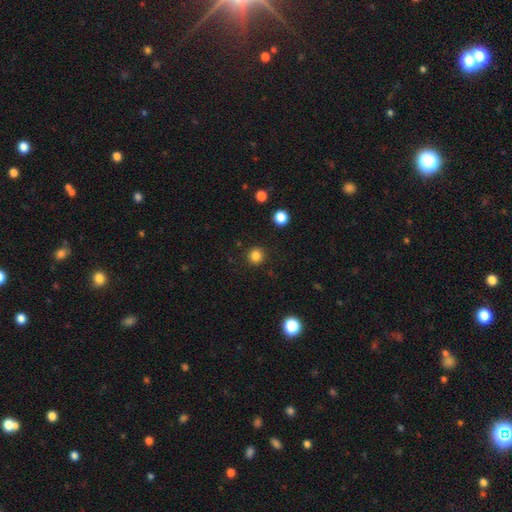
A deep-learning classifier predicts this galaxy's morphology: This is clearly a smooth galaxy (83%). How rounded: clearly round (92%). Merging: clearly none (90%).